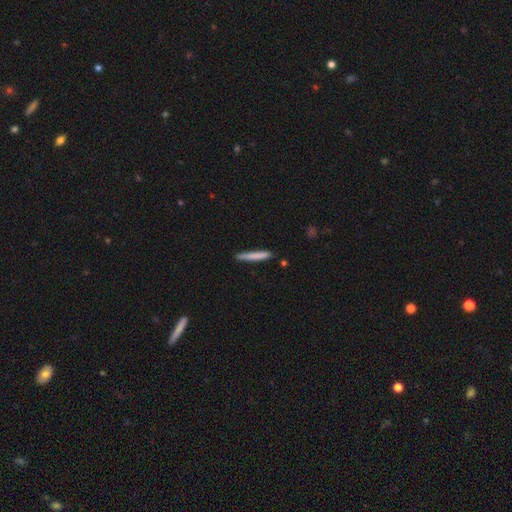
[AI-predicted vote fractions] This is likely a smooth galaxy (77%). How rounded: clearly cigar-shaped (96%). Merging: clearly none (86%).